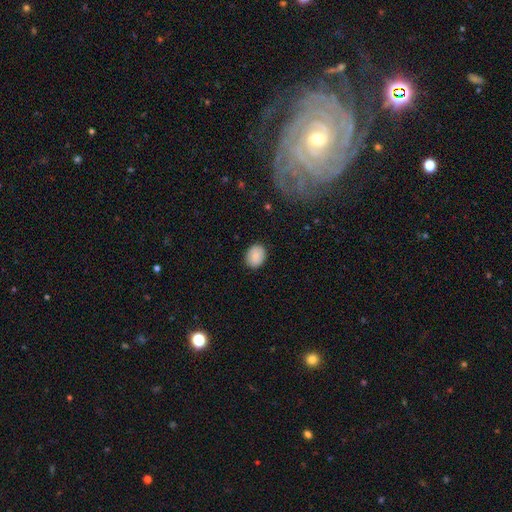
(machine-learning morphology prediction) A smooth galaxy with no disk features (85%) that is in between round and cigar-shaped (56%). Merging: none (86%).